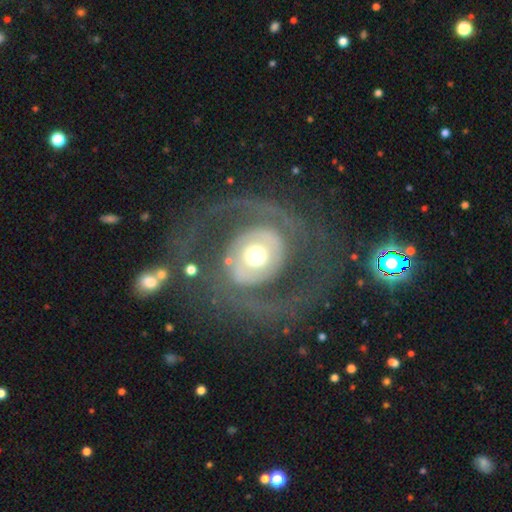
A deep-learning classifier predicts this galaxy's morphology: type=featured or disk (80%); edge-on=no (96%); bar=no (70%); spiral arms=yes (78%); winding=medium (43%); arm count=2 (76%); bulge=moderate (61%); merging=none (67%).